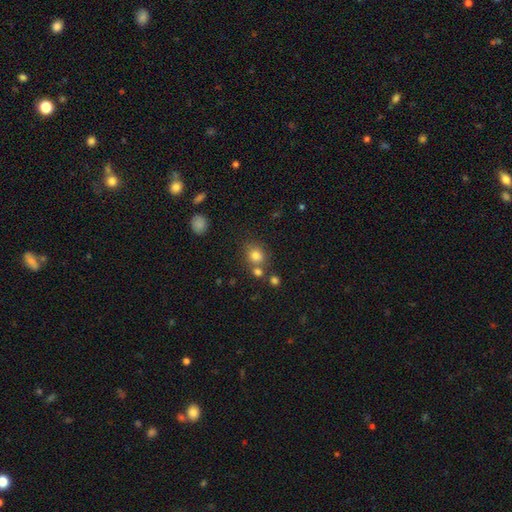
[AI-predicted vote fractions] smooth-or-featured: smooth: 80% | star or artifact: 13% | featured or disk: 8%
  how-rounded: round: 73% | in between: 26% | cigar-shaped: 1%
  merging: none: 62% | merger: 22% | minor disturbance: 12% | major disturbance: 4%